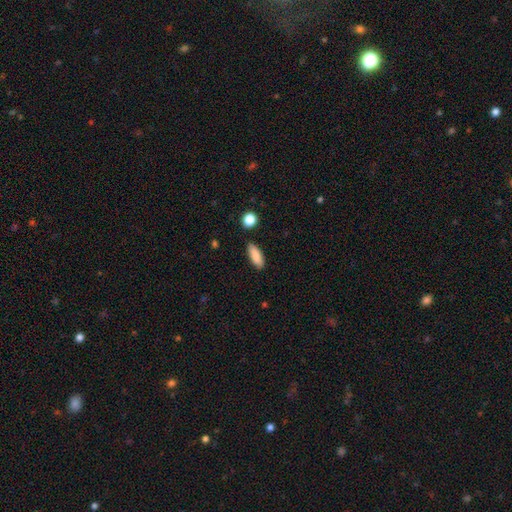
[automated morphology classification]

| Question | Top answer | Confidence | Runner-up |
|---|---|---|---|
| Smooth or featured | smooth | 87% | featured or disk (7%) |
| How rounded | in between | 67% | cigar-shaped (30%) |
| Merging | none | 86% | minor disturbance (9%) |